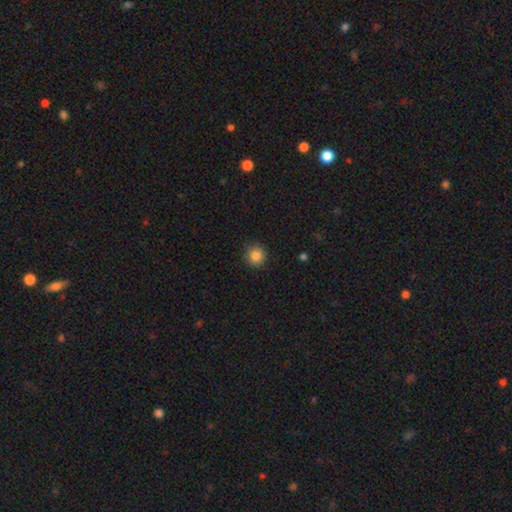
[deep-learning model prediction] smooth-or-featured: smooth: 86% | star or artifact: 10% | featured or disk: 3%
  how-rounded: round: 92% | in between: 7% | cigar-shaped: 1%
  merging: none: 89% | minor disturbance: 8% | major disturbance: 2% | merger: 1%